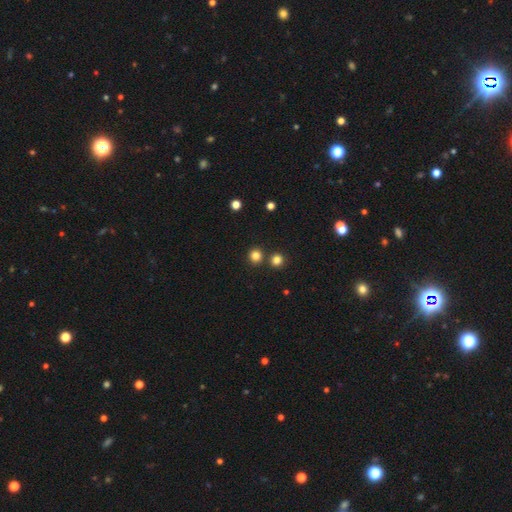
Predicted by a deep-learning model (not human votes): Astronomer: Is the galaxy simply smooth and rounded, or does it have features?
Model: smooth — 81%.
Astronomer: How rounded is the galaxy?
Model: round — 91%.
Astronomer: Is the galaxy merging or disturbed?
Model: none — 82%.